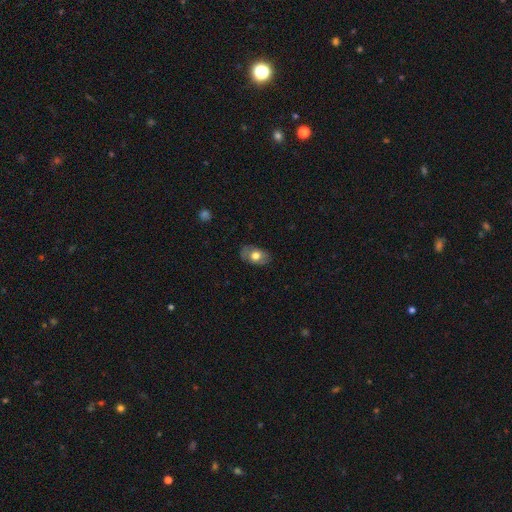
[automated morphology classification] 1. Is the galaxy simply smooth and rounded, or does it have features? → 63% smooth, 29% featured or disk, 8% star or artifact.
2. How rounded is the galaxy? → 86% in between, 13% round, 1% cigar-shaped.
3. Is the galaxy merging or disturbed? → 77% none, 18% minor disturbance, 4% major disturbance, 1% merger.